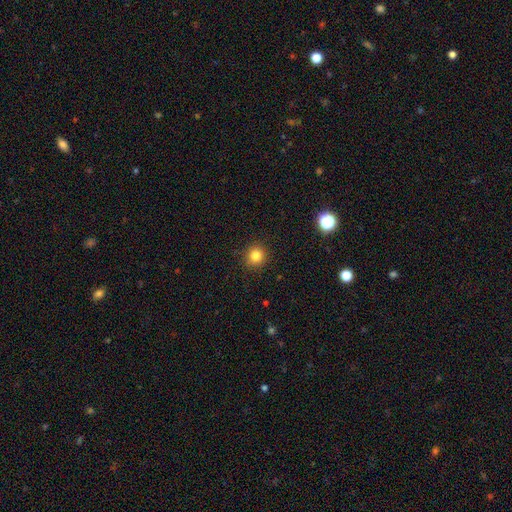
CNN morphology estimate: A smooth galaxy with no disk features (83%) that is round (91%). Merging: none (91%).